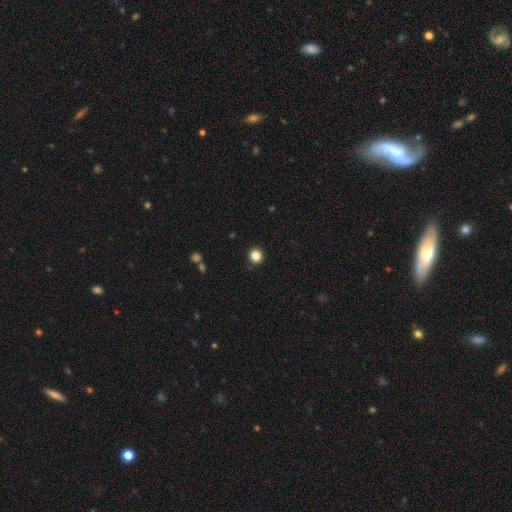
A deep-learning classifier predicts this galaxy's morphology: Smooth or featured: smooth — 85% (star or artifact — 11%)
How rounded: round — 92% (in between — 7%)
Merging: none — 92% (minor disturbance — 5%)